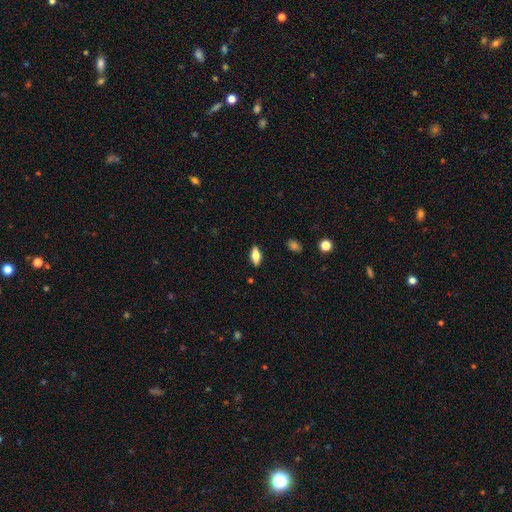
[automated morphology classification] Overall: smooth (64%; featured or disk 28%). How rounded: in between (79%). Merging: none (88%).